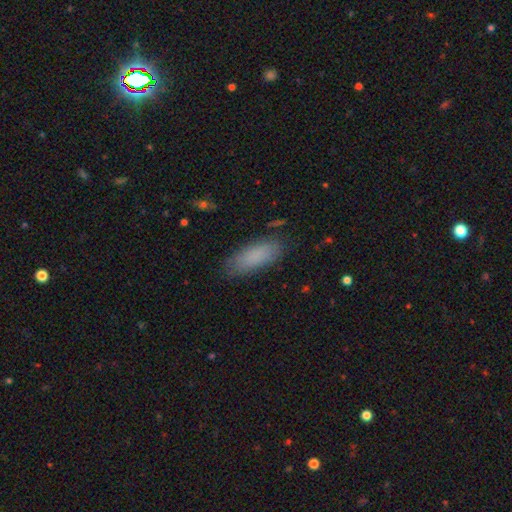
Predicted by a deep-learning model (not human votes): This appears to be a smooth galaxy with no disk features (84%) that is in between round and cigar-shaped (71%). Merging: none (81%).